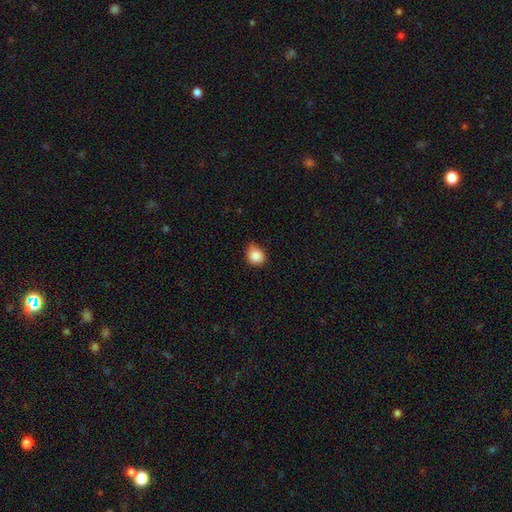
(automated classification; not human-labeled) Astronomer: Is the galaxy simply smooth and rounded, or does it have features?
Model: smooth — 87%.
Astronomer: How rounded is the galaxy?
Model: round — 74%.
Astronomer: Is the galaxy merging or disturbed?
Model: none — 57% (runner-up: minor disturbance, 35%).